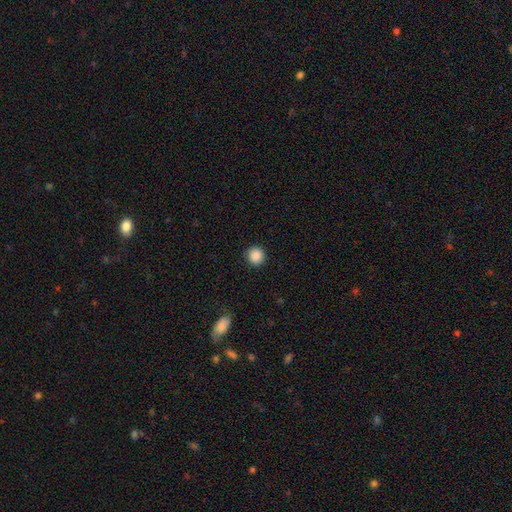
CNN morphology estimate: smooth_or_featured: smooth (p=0.88) [alt: star or artifact p=0.09]
how_rounded: round (p=0.94) [alt: in between p=0.05]
merging: none (p=0.91) [alt: minor disturbance p=0.06]